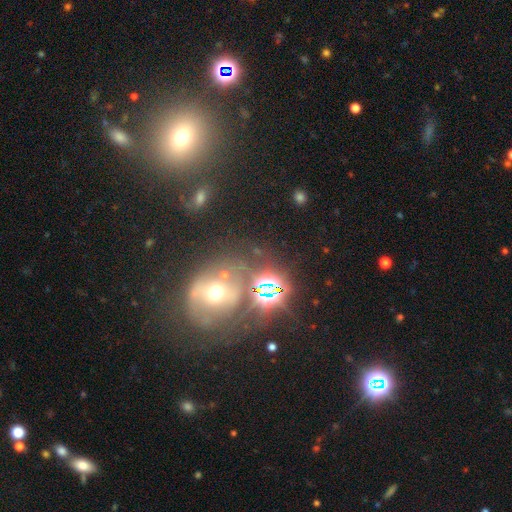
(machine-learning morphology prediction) This appears to be a star or artifact, not a galaxy (34%).